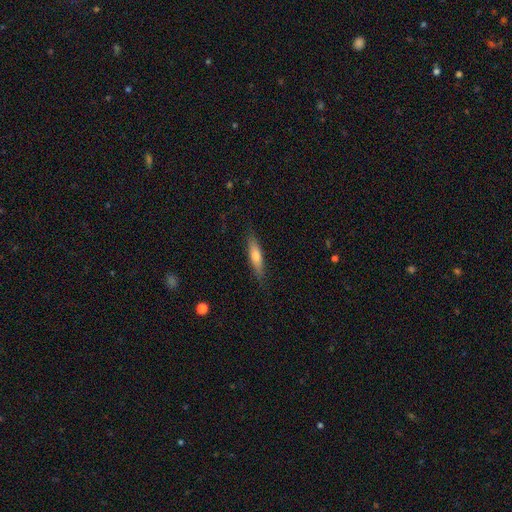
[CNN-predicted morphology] Smooth or featured: smooth — 63% (featured or disk — 30%)
How rounded: cigar-shaped — 75% (in between — 23%)
Merging: none — 85% (minor disturbance — 12%)